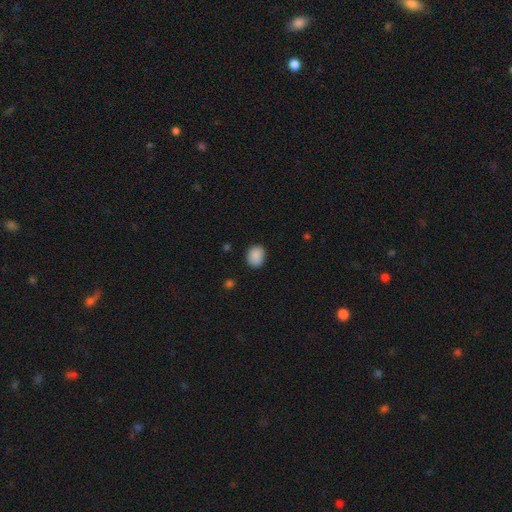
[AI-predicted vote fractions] A smooth galaxy with no disk features (89%) that is round (59%). Merging: none (84%).